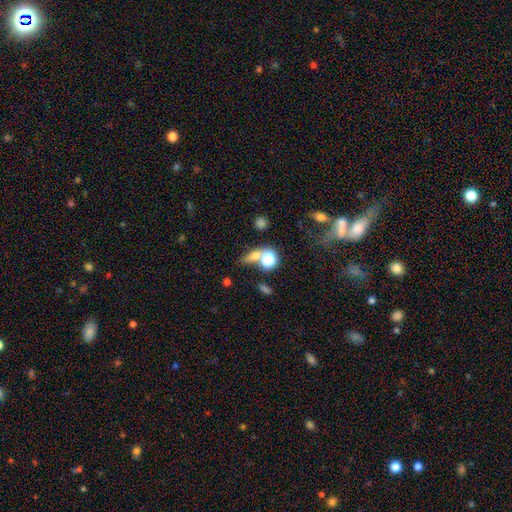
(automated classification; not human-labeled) Morphology: type=smooth (68%); roundness=in between (45%); merging=none (43%).